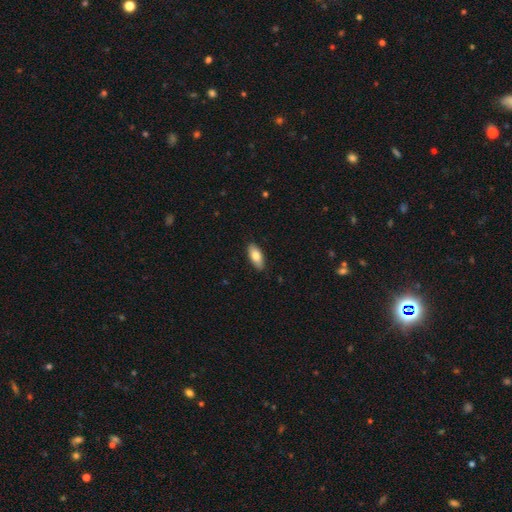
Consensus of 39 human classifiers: Smooth or featured: smooth — 69% (featured or disk — 28%)
How rounded: in between — 85% (cigar-shaped — 11%)
Merging: none — 87% (minor disturbance — 11%)